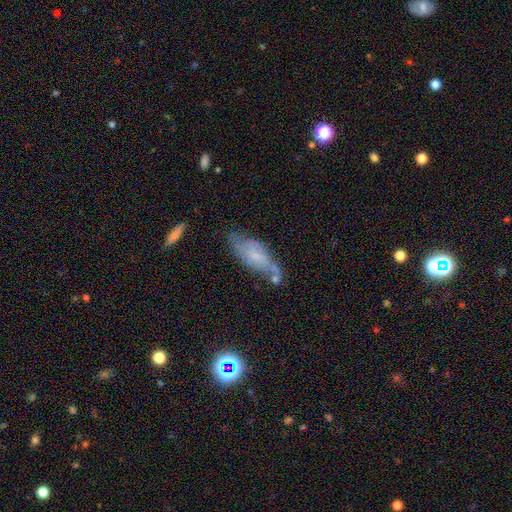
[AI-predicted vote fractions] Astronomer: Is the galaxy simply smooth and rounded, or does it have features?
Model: featured or disk — 49% (runner-up: smooth, 41%).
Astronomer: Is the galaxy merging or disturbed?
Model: none — 47% (runner-up: minor disturbance, 29%).